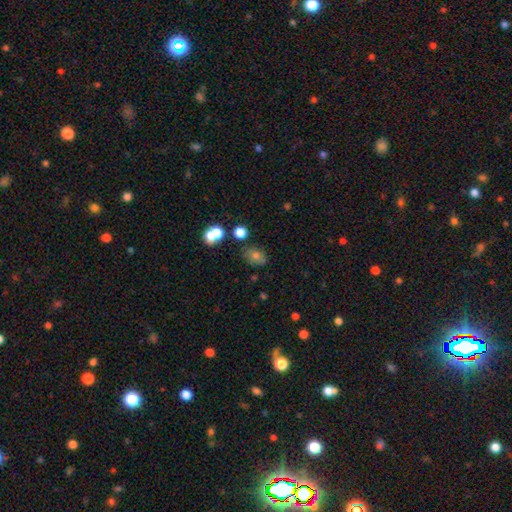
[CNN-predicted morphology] smooth-or-featured: smooth: 71% | star or artifact: 15% | featured or disk: 13%
  how-rounded: in between: 68% | round: 30% | cigar-shaped: 2%
  merging: none: 69% | minor disturbance: 16% | merger: 10% | major disturbance: 5%